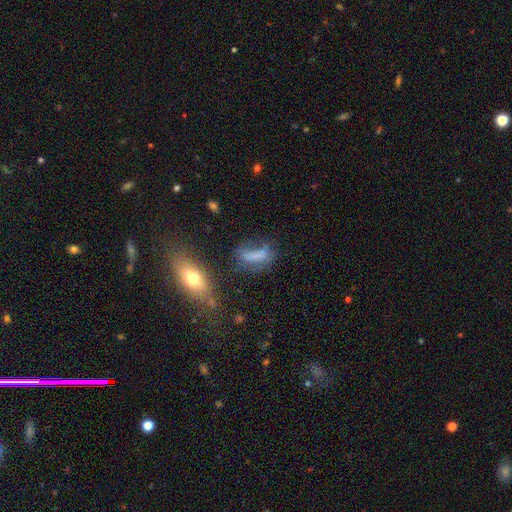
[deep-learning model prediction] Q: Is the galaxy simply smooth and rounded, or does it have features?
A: smooth — 62%.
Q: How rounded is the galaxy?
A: in between — 53%.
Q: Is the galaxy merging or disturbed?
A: none — 41%.